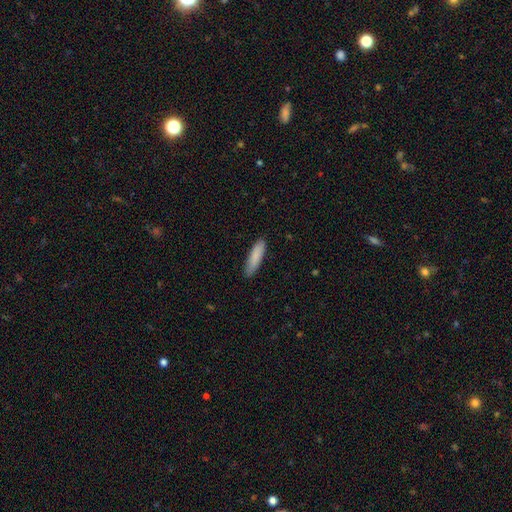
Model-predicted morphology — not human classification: This is clearly a smooth galaxy (86%). How rounded: likely cigar-shaped (76%). Merging: clearly none (87%).